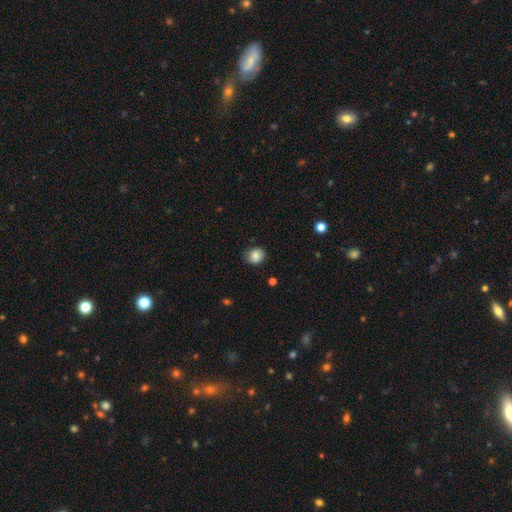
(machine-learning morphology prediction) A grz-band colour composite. It shows a smooth galaxy with no disk features (81%) that is round (73%). Merging: none (78%).